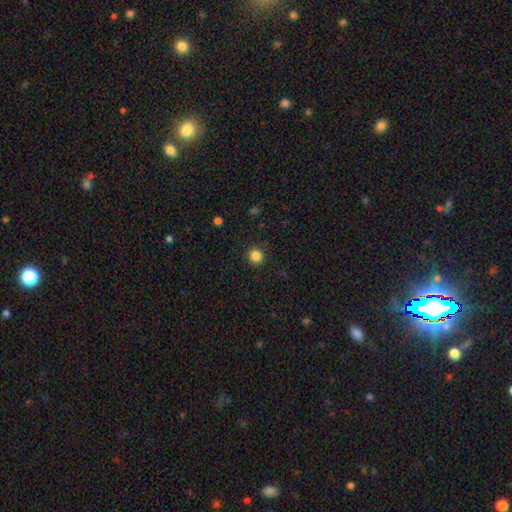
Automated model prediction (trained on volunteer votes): smooth_or_featured: smooth (p=0.85) [alt: star or artifact p=0.12]
how_rounded: round (p=0.94) [alt: in between p=0.05]
merging: none (p=0.91) [alt: minor disturbance p=0.06]